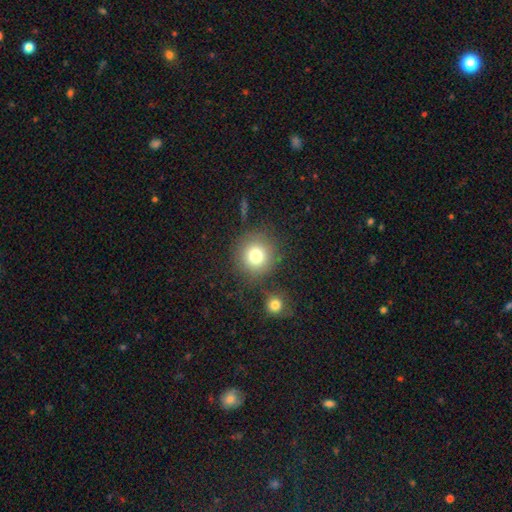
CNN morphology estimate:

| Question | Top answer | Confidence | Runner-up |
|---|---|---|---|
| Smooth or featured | smooth | 77% | star or artifact (12%) |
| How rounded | round | 93% | in between (6%) |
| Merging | none | 80% | minor disturbance (9%) |